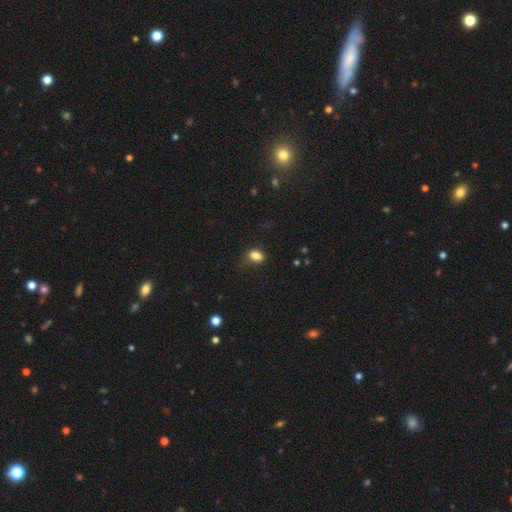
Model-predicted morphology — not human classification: This is clearly a smooth galaxy (85%). How rounded: likely in between (78%). Merging: likely none (68%).